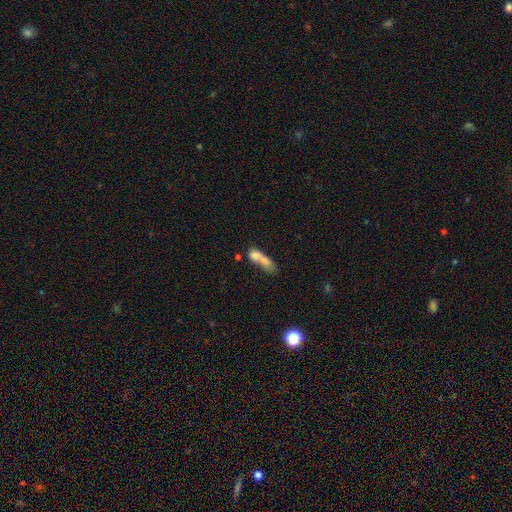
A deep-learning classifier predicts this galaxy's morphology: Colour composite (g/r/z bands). It shows a smooth galaxy with no disk features (66%) that is in between round and cigar-shaped (52%). Merging: merger (67%).